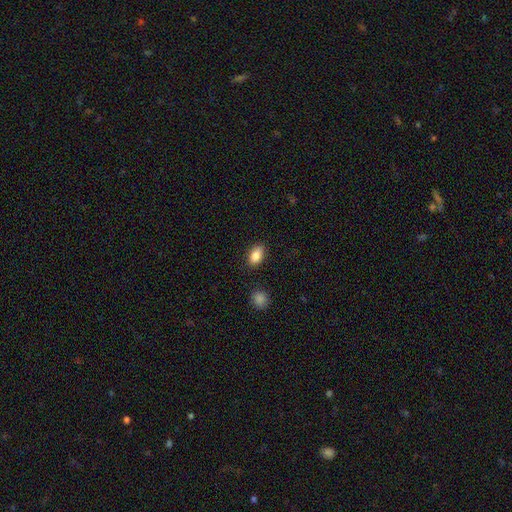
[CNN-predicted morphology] smooth 87%, star or artifact 8%, featured or disk 5%. Down the decision tree: how rounded — in between (89%); merging — none (84%).